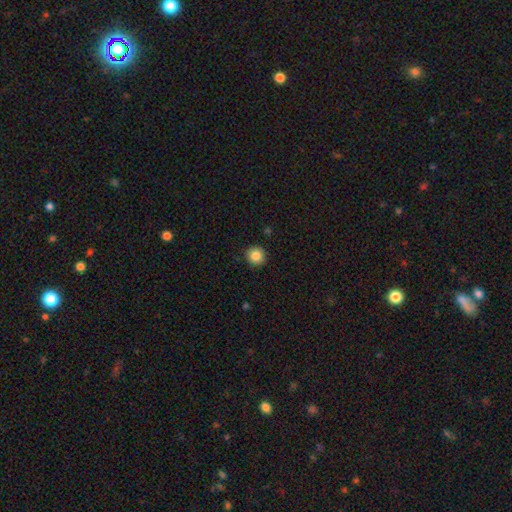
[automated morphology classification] Q: Smooth or featured?
A: smooth (86%); runner-up: star or artifact (10%)
Q: How rounded?
A: round (95%); runner-up: in between (4%)
Q: Merging?
A: none (92%); runner-up: minor disturbance (6%)